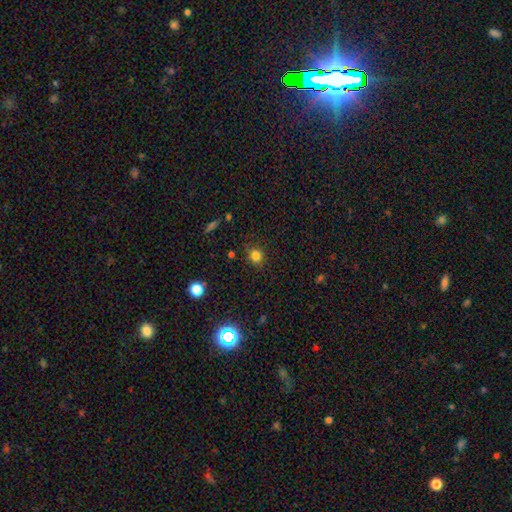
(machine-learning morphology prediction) Overall: smooth (80%). How rounded: round (78%). Merging: none (83%).